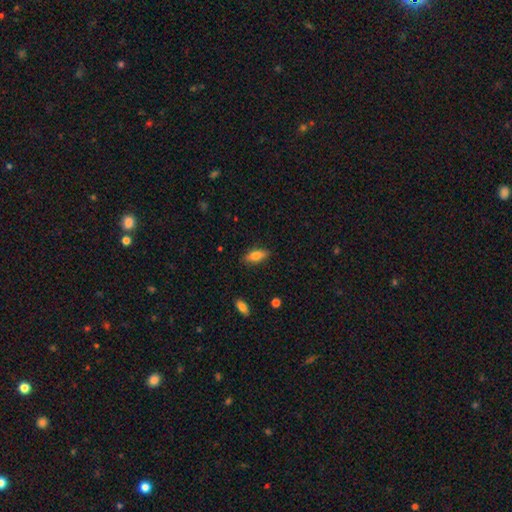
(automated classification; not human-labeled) A smooth galaxy with no disk features (72%) that is in between round and cigar-shaped (73%). Merging: none (85%).